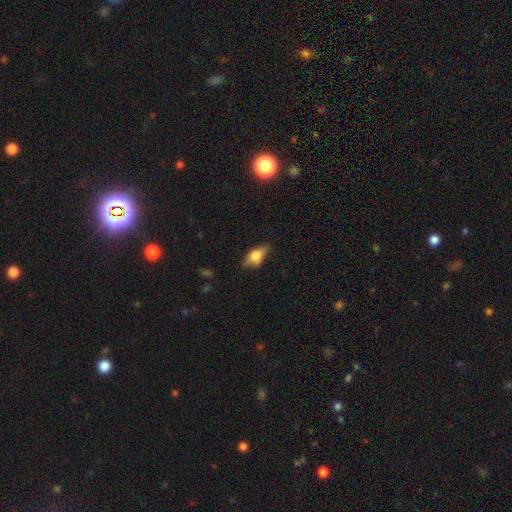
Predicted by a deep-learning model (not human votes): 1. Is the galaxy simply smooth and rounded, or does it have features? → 55% smooth, 35% featured or disk, 9% star or artifact.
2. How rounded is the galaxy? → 79% in between, 13% cigar-shaped, 8% round.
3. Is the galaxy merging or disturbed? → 63% none, 27% minor disturbance, 9% major disturbance, 2% merger.